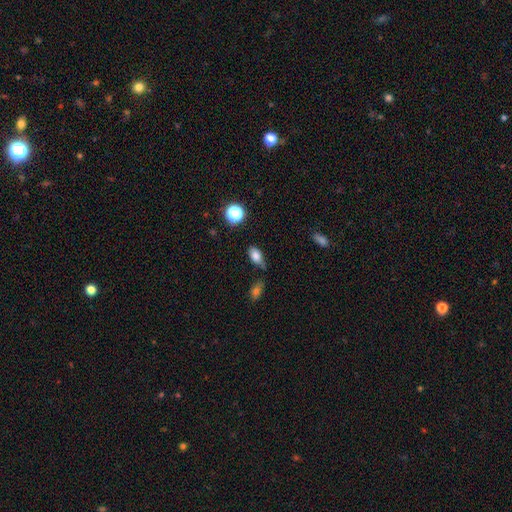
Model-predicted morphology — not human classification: smooth 79%, star or artifact 11%, featured or disk 10%. Down the decision tree: how rounded — in between (87%); merging — none (51%).